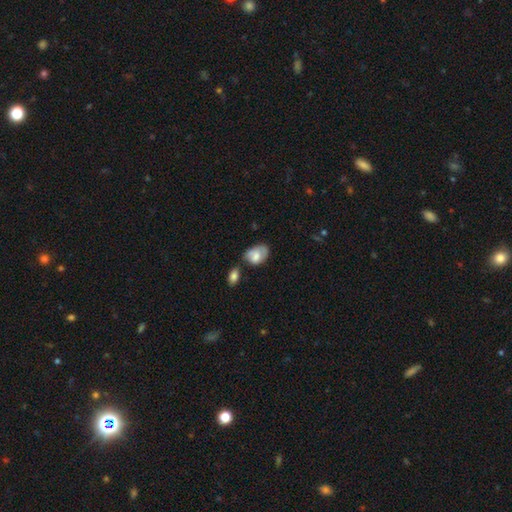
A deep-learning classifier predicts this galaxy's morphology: Smooth or featured: smooth — 70% (featured or disk — 23%)
How rounded: in between — 84% (round — 15%)
Merging: none — 40% (minor disturbance — 32%)